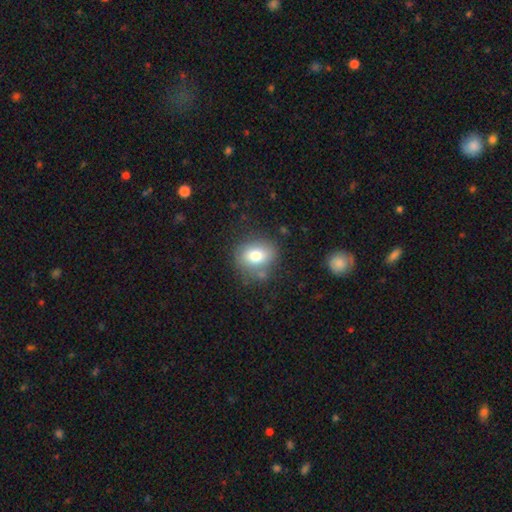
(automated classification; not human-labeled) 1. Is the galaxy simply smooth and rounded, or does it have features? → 75% smooth, 14% featured or disk, 11% star or artifact.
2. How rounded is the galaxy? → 58% round, 41% in between, 1% cigar-shaped.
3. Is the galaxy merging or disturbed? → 74% none, 15% minor disturbance, 5% merger, 5% major disturbance.